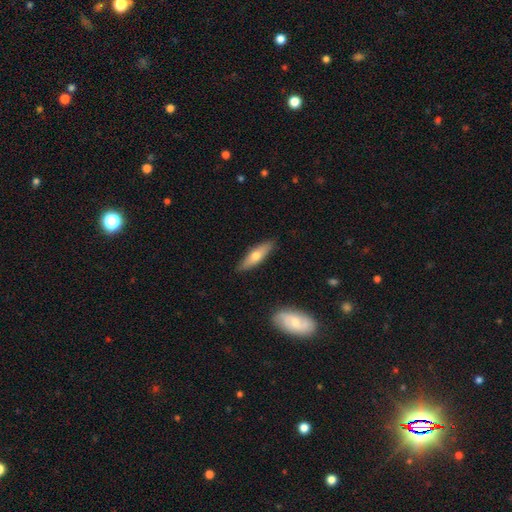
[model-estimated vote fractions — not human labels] This appears to be a smooth galaxy with no disk features (57%) that is cigar-shaped (62%). Merging: none (87%).